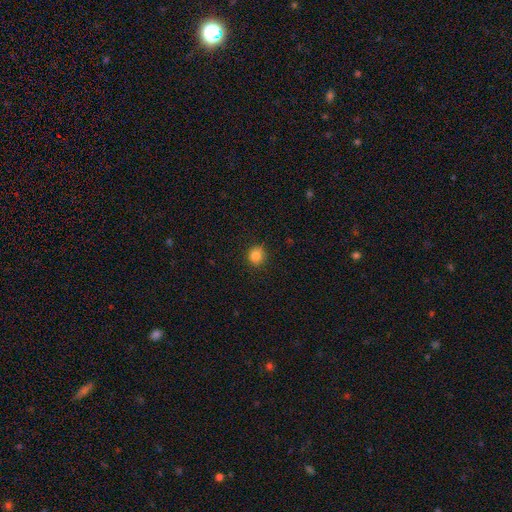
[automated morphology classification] smooth-or-featured: smooth: 84% | star or artifact: 12% | featured or disk: 4%
  how-rounded: round: 84% | in between: 15% | cigar-shaped: 1%
  merging: none: 85% | minor disturbance: 11% | major disturbance: 3% | merger: 1%